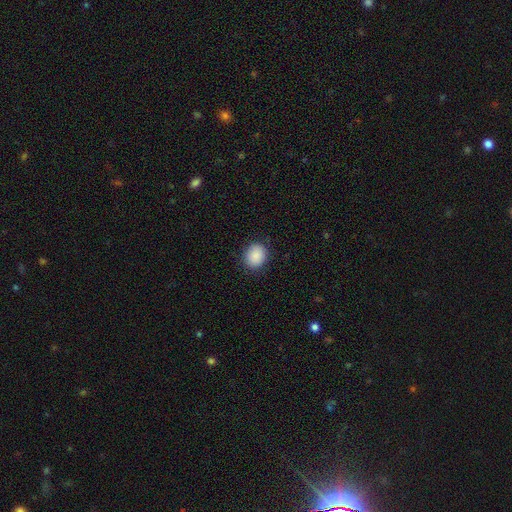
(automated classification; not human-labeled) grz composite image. It shows a smooth galaxy with no disk features (90%) that is round (62%). Merging: none (88%).